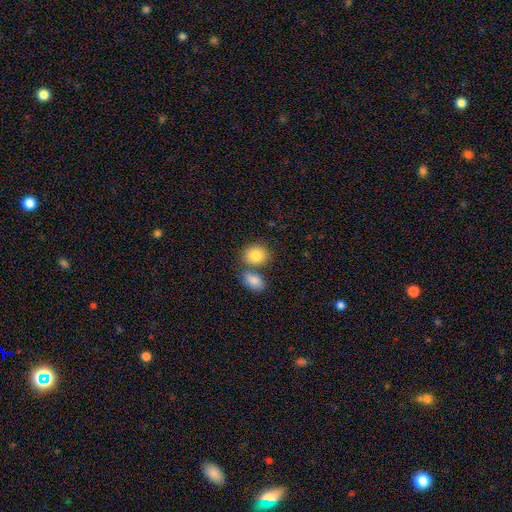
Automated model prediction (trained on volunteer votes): Overall: smooth (84%). How rounded: in between (52%; round 47%). Merging: none (52%; merger 35%).